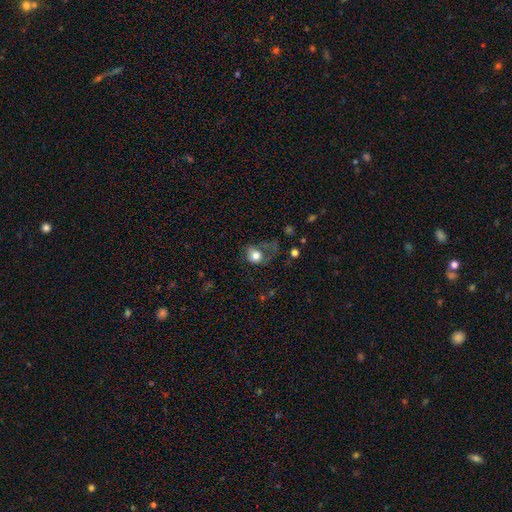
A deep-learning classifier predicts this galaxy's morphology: The model was most divided on "how rounded": round: 57%, in between: 42%, cigar-shaped: 1%. More confident: smooth or featured — smooth (71%); merging — major disturbance (51%).